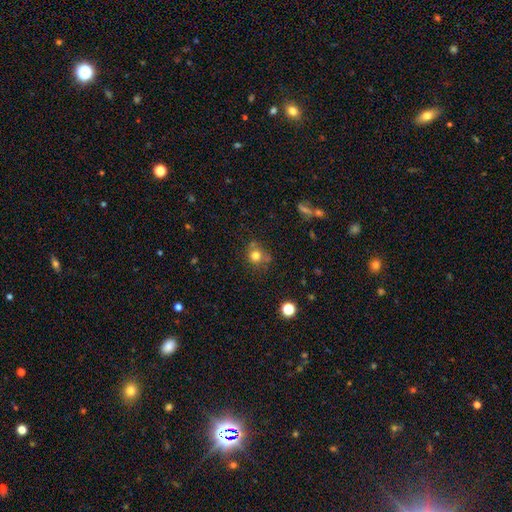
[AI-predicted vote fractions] smooth-or-featured: smooth: 75% | star or artifact: 15% | featured or disk: 9%
  how-rounded: round: 85% | in between: 14% | cigar-shaped: 1%
  merging: none: 63% | minor disturbance: 17% | merger: 13% | major disturbance: 6%